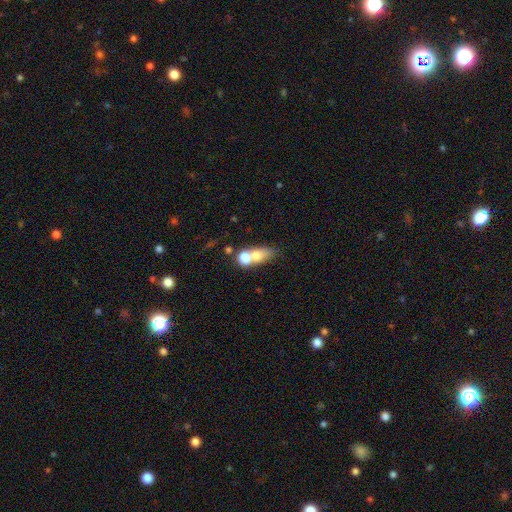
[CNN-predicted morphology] Smooth or featured? Predicted: smooth (p=0.66). How rounded? Predicted: in between (p=0.57). Merging? Predicted: merger (p=0.59).